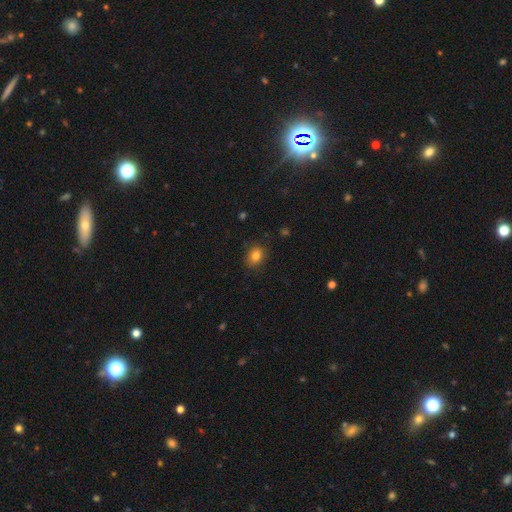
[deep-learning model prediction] The model was most divided on "how rounded": in between: 52%, round: 47%, cigar-shaped: 1%. More confident: merging — none (84%); smooth or featured — smooth (81%).